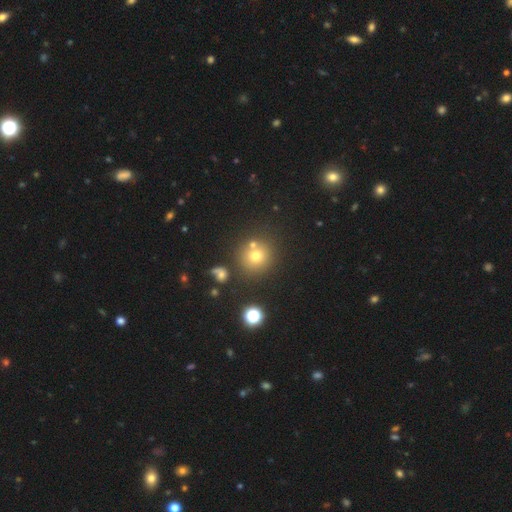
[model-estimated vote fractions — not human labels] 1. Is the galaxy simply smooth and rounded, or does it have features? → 69% smooth, 19% star or artifact, 12% featured or disk.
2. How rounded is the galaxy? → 90% round, 9% in between, 1% cigar-shaped.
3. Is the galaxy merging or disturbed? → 71% none, 16% merger, 9% minor disturbance, 4% major disturbance.